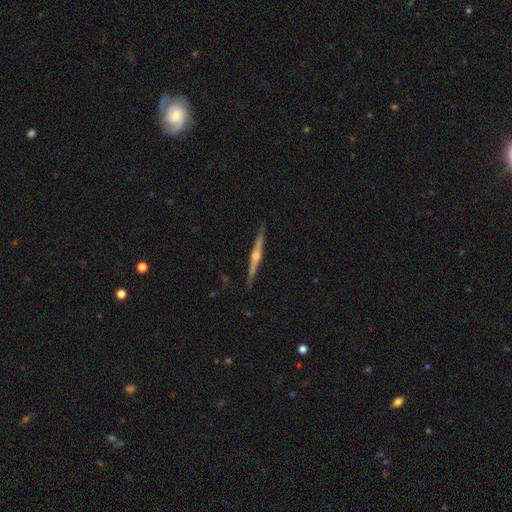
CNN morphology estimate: smooth-or-featured: featured or disk: 82% | smooth: 12% | star or artifact: 5%
  disk-edge-on: yes: 98% | no: 2%
    edge-on-bulge: rounded: 86% | none: 8% | boxy: 6%
  merging: none: 91% | minor disturbance: 6% | major disturbance: 1% | merger: 1%